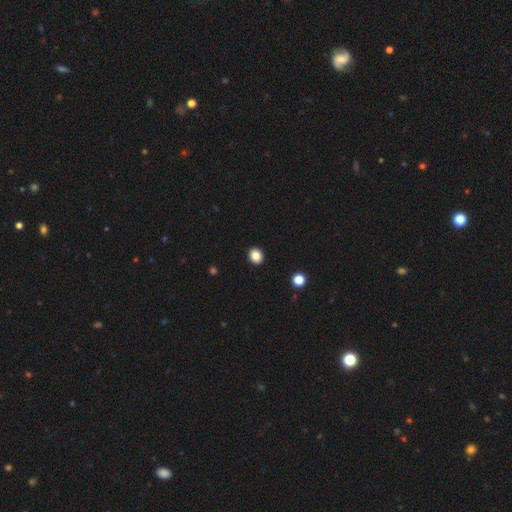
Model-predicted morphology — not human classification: A smooth galaxy with no disk features (87%) that is round (65%). Merging: none (92%).